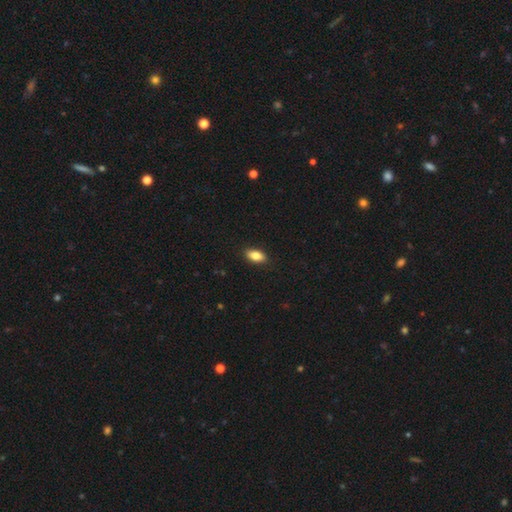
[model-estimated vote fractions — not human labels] smooth_or_featured: smooth (p=0.85) [alt: featured or disk p=0.08]
how_rounded: in between (p=0.89) [alt: cigar-shaped p=0.07]
merging: none (p=0.89) [alt: minor disturbance p=0.08]